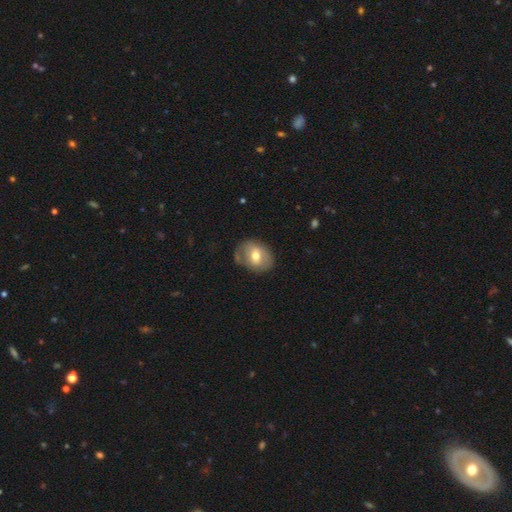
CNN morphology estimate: This appears to be a smooth galaxy with no disk features (58%) that is in between round and cigar-shaped (59%). Merging: none (66%).